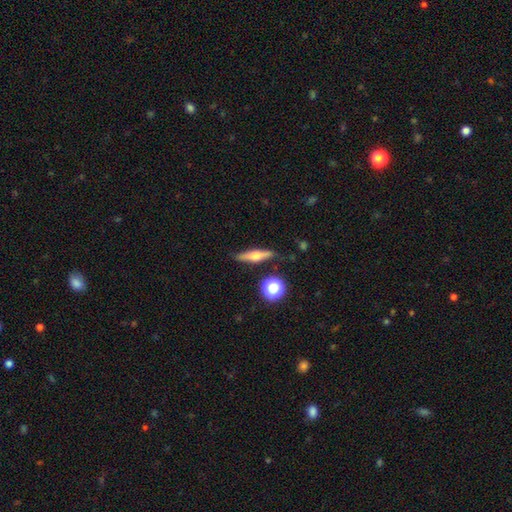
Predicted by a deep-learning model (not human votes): Morphology: type=featured or disk (50%); merging=none (85%).